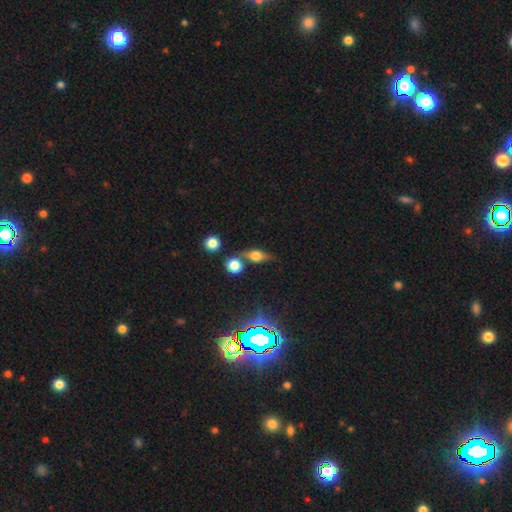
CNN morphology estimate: Smooth or featured: featured or disk — 45% (smooth — 38%)
Merging: none — 62% (merger — 17%)